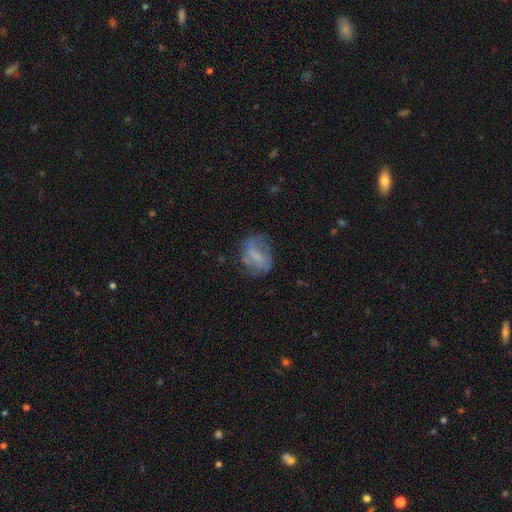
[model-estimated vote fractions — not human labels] The model was most divided on "smooth or featured": smooth: 47%, featured or disk: 43%, star or artifact: 10%. More confident: merging — none (55%).